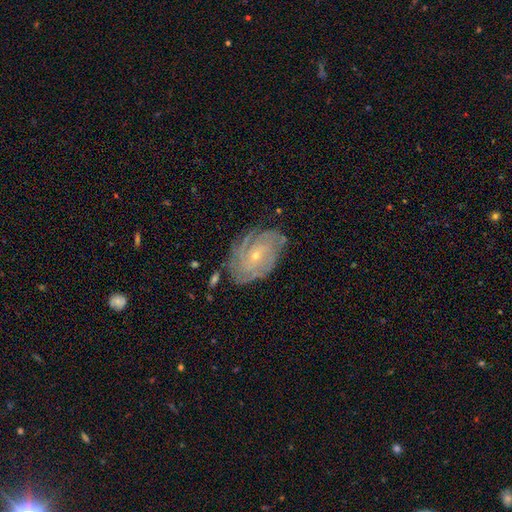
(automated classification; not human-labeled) featured or disk 83%, smooth 9%, star or artifact 8%. Down the decision tree: edge-on disk — no (96%); bar — no (66%); spiral arms — yes (96%); spiral arm count — can't tell (29%); spiral winding — tight (72%); bulge size — small (74%); merging — none (76%).